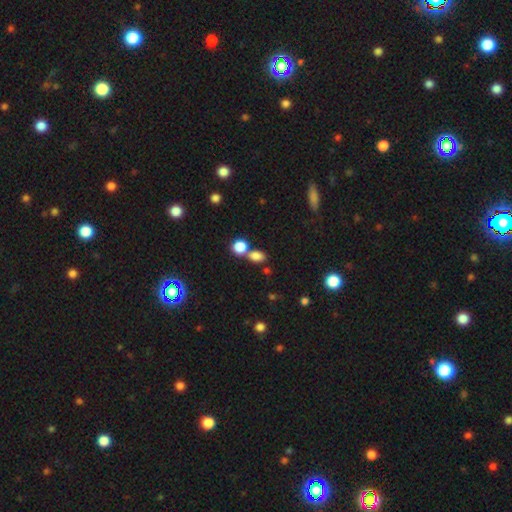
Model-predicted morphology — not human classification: Q: Smooth or featured?
A: smooth (80%); runner-up: star or artifact (14%)
Q: How rounded?
A: in between (72%); runner-up: round (26%)
Q: Merging?
A: none (50%); runner-up: merger (36%)